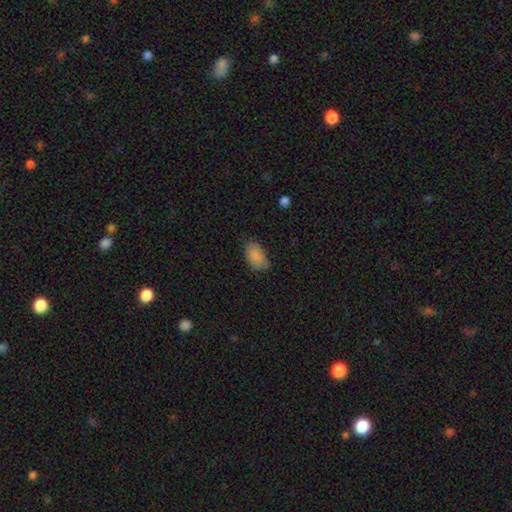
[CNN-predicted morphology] The model was most divided on "merging": none: 73%, minor disturbance: 21%, major disturbance: 4%, merger: 1%. More confident: how rounded — in between (92%); smooth or featured — smooth (86%).